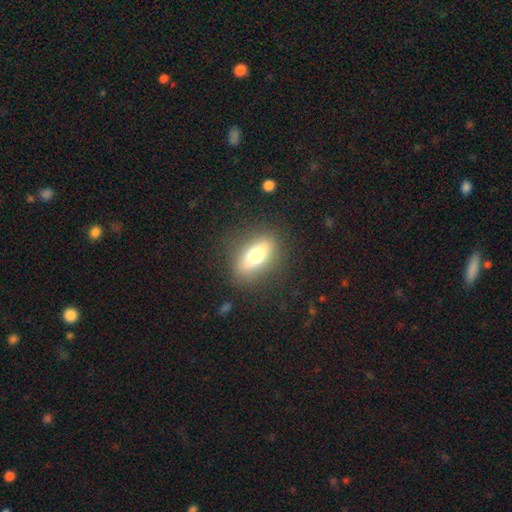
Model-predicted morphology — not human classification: Smooth or featured: smooth — 65% (featured or disk — 27%)
How rounded: in between — 70% (cigar-shaped — 23%)
Merging: none — 85% (minor disturbance — 10%)